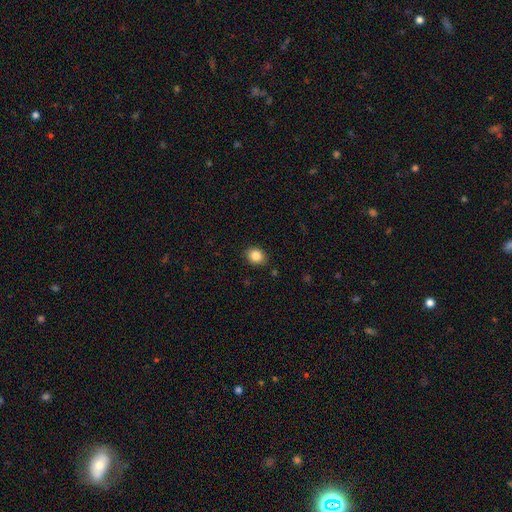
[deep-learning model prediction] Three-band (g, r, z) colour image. It shows a smooth galaxy with no disk features (86%) that is round (59%). Merging: none (86%).